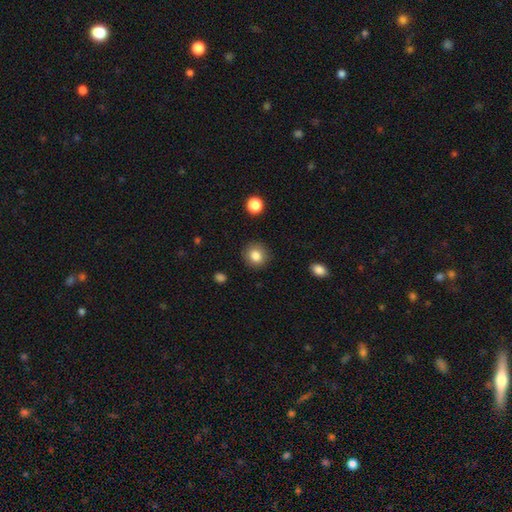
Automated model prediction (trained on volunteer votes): Morphology: type=smooth (84%); roundness=round (85%); merging=none (88%).